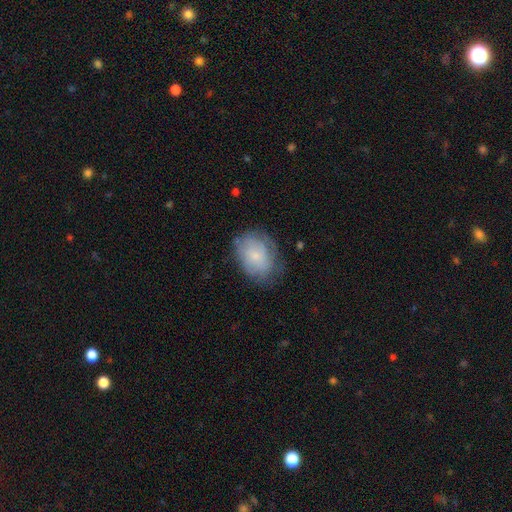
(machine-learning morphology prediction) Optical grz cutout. It shows a smooth galaxy with no disk features (58%) that is in between round and cigar-shaped (69%). Merging: none (62%).